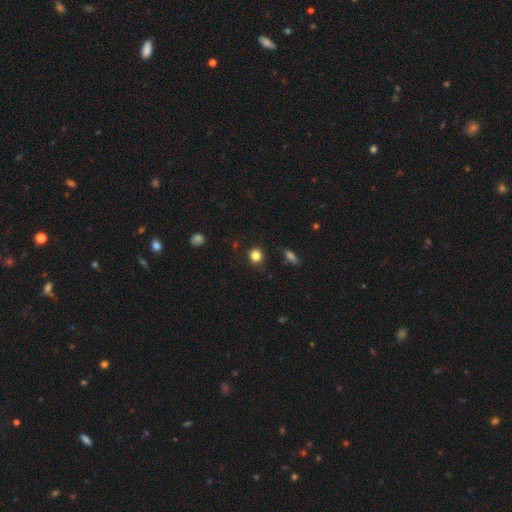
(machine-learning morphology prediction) Q: Smooth or featured?
A: smooth (84%); runner-up: star or artifact (12%)
Q: How rounded?
A: round (91%); runner-up: in between (8%)
Q: Merging?
A: none (88%); runner-up: minor disturbance (8%)